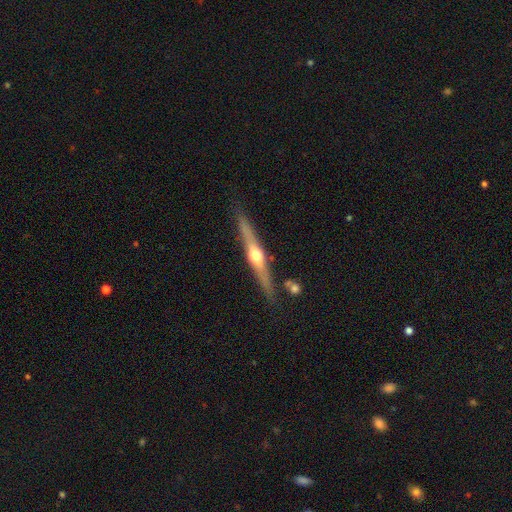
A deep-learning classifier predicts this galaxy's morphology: Q: Smooth or featured?
A: featured or disk (74%); runner-up: smooth (20%)
Q: Edge-on disk?
A: yes (97%); runner-up: no (3%)
Q: Edge-on bulge?
A: rounded (93%); runner-up: boxy (4%)
Q: Merging?
A: none (86%); runner-up: minor disturbance (10%)